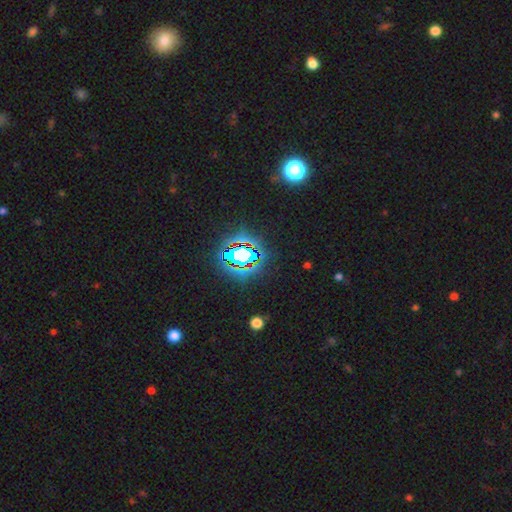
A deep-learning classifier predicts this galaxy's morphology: The model was most divided on "smooth or featured": star or artifact: 82%, smooth: 11%, featured or disk: 7%.